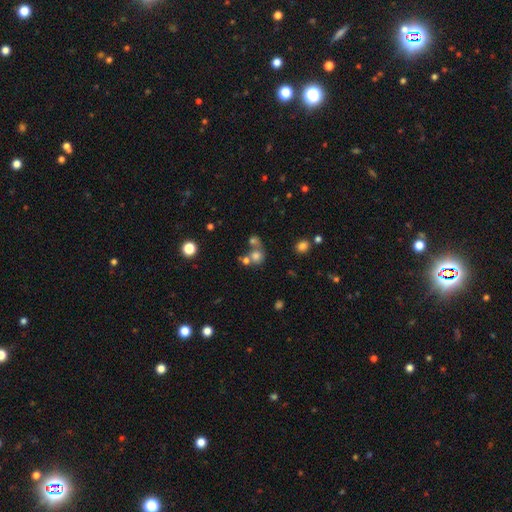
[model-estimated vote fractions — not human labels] Smooth or featured? smooth (70%)
How rounded? round (80%)
Merging? merger (46%)